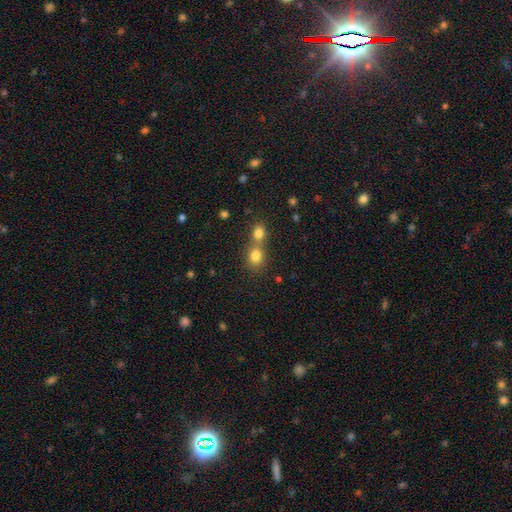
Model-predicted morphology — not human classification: smooth_or_featured: smooth (p=0.80) [alt: star or artifact p=0.13]
how_rounded: round (p=0.67) [alt: in between p=0.32]
merging: merger (p=0.51) [alt: none p=0.40]